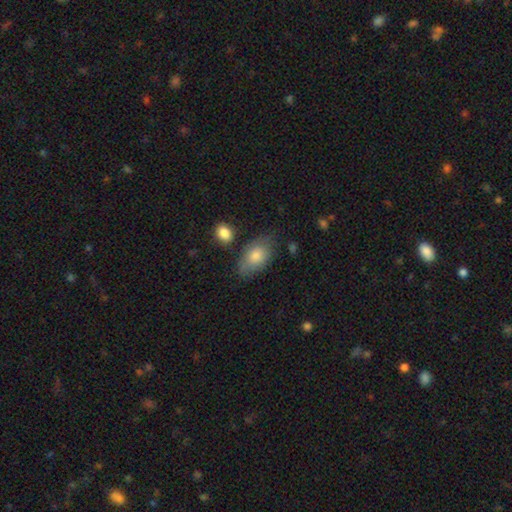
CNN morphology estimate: Smooth or featured: smooth — 78% (featured or disk — 15%)
How rounded: in between — 90% (round — 8%)
Merging: none — 66% (minor disturbance — 24%)